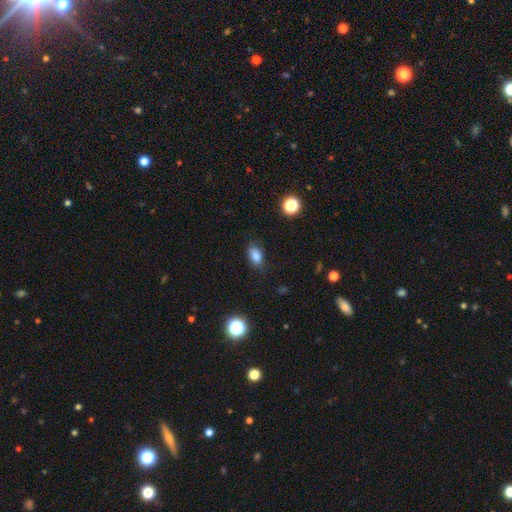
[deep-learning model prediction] A smooth galaxy with no disk features (83%) that is in between round and cigar-shaped (87%). Merging: none (78%).